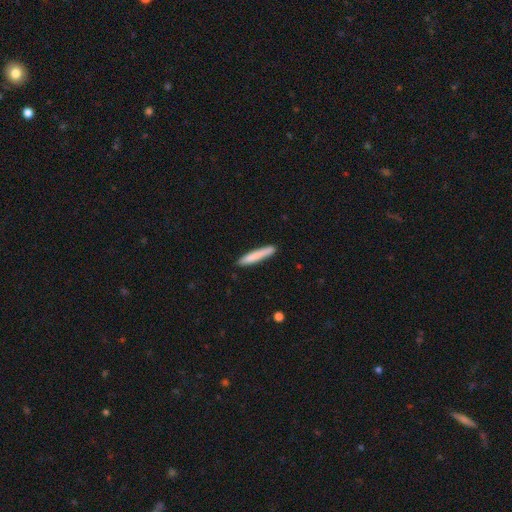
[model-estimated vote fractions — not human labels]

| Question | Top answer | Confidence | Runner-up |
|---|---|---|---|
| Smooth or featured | smooth | 79% | featured or disk (15%) |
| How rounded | cigar-shaped | 94% | in between (5%) |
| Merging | none | 87% | minor disturbance (10%) |